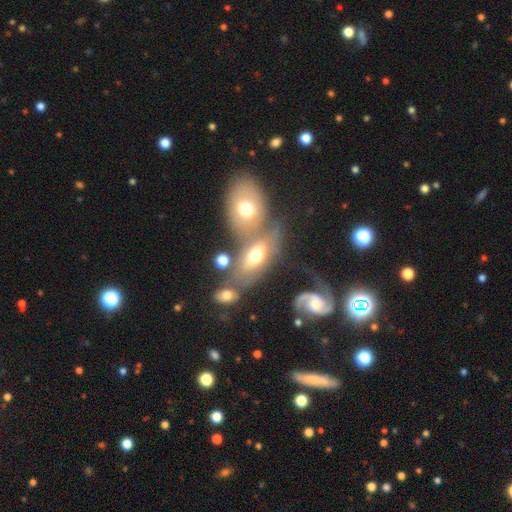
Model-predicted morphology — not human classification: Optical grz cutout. It shows a smooth galaxy with no disk features (50%). Merging: merger (51%).